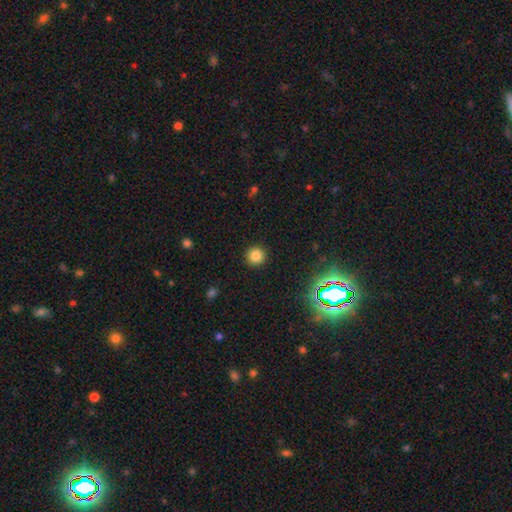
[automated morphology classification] smooth_or_featured: smooth (p=0.82) [alt: star or artifact p=0.14]
how_rounded: round (p=0.95) [alt: in between p=0.04]
merging: none (p=0.92) [alt: minor disturbance p=0.05]